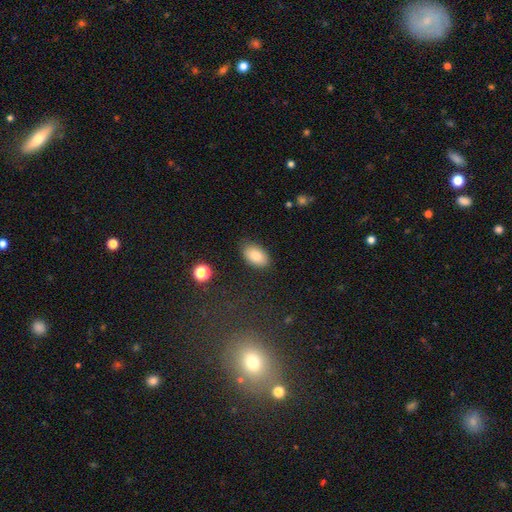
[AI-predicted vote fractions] Smooth or featured: smooth — 81% (featured or disk — 10%)
How rounded: in between — 92% (round — 6%)
Merging: none — 85% (minor disturbance — 11%)